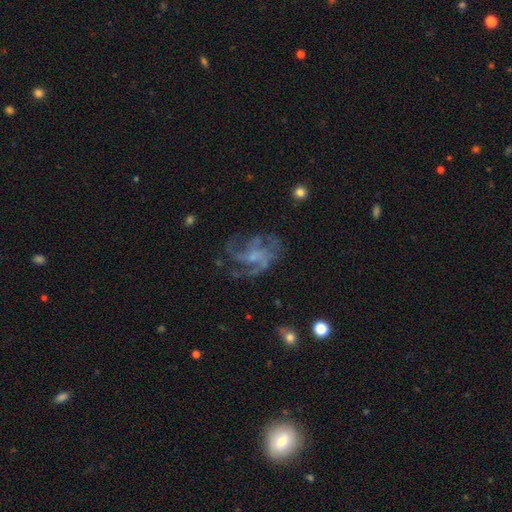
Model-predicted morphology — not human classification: A featured or disk galaxy (79%) with no bar (61%), 3 (35%) medium (46%) spiral arms (87%) and a small central bulge (57%). Merging: none (53%).